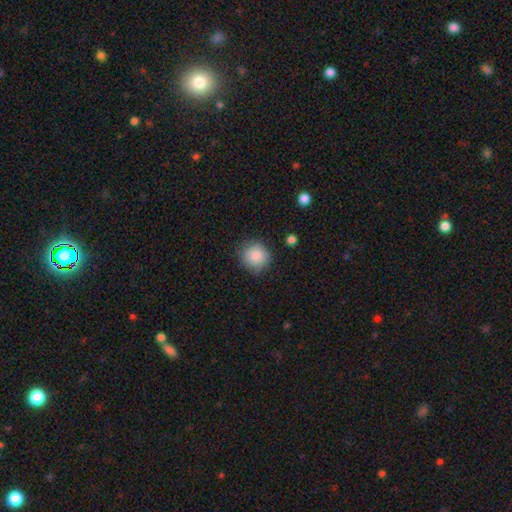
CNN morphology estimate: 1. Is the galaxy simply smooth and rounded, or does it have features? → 86% smooth, 8% star or artifact, 6% featured or disk.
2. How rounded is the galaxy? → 90% round, 9% in between, 1% cigar-shaped.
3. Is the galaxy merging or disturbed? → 79% none, 16% minor disturbance, 4% major disturbance, 2% merger.